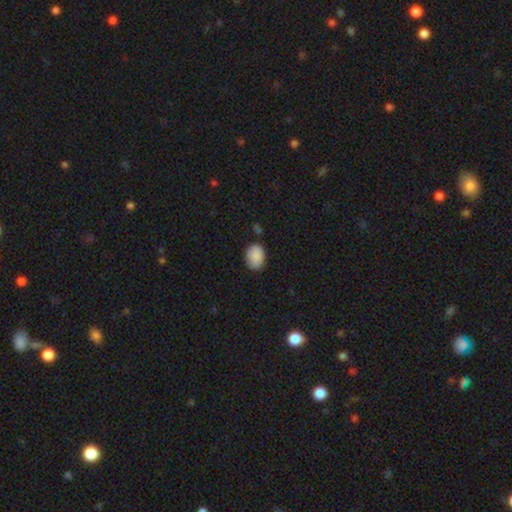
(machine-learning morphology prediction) Q: Smooth or featured?
A: smooth (87%); runner-up: star or artifact (7%)
Q: How rounded?
A: in between (72%); runner-up: round (27%)
Q: Merging?
A: none (76%); runner-up: minor disturbance (18%)